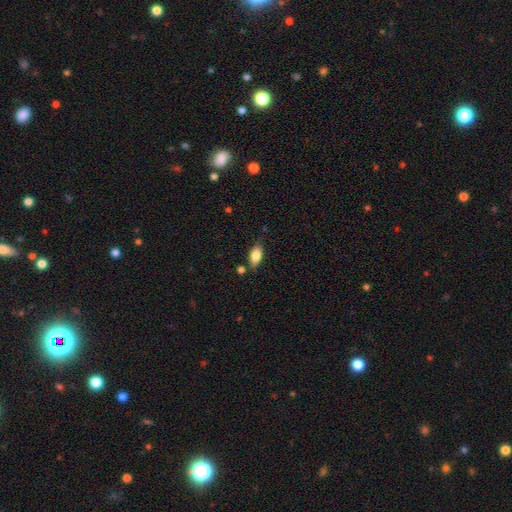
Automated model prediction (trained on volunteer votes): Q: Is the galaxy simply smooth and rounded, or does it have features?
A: smooth — 81%.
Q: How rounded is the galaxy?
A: in between — 88%.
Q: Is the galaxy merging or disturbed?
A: none — 77%.